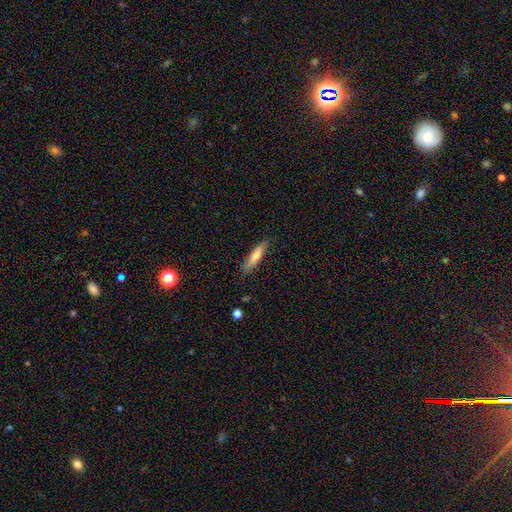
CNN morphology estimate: Smooth or featured? smooth (75%)
How rounded? cigar-shaped (78%)
Merging? none (83%)